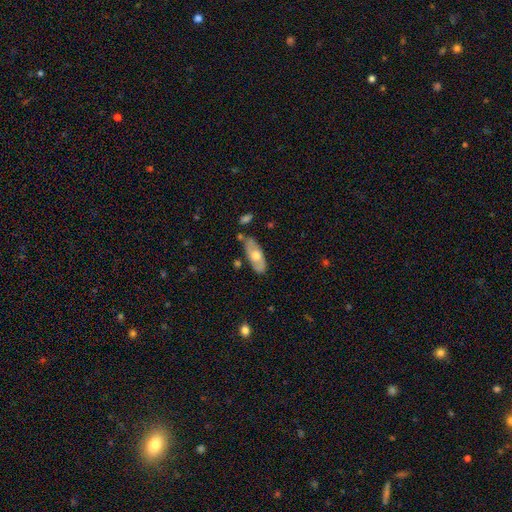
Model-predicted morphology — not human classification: Q: Smooth or featured?
A: smooth (53%); runner-up: featured or disk (41%)
Q: How rounded?
A: in between (81%); runner-up: cigar-shaped (16%)
Q: Merging?
A: none (76%); runner-up: minor disturbance (15%)